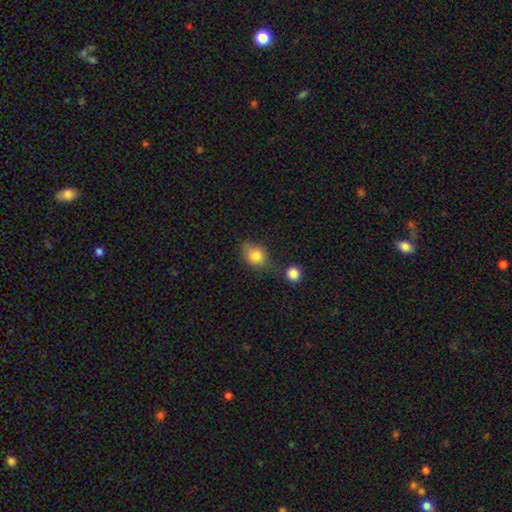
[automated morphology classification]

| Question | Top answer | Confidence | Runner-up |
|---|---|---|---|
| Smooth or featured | smooth | 81% | star or artifact (9%) |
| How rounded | in between | 55% | round (43%) |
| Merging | none | 56% | minor disturbance (23%) |